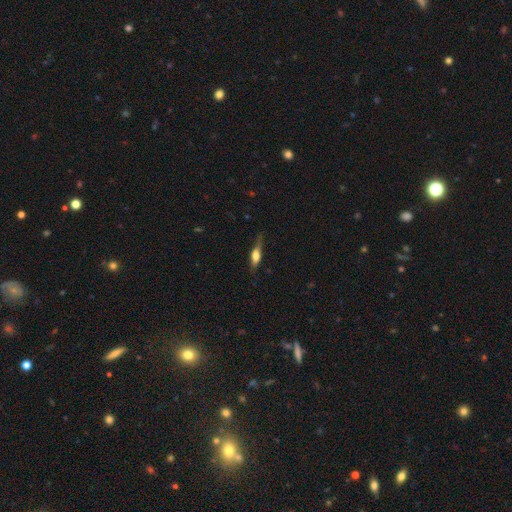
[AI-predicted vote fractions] A smooth galaxy with no disk features (53%) that is cigar-shaped (52%). Merging: none (66%).